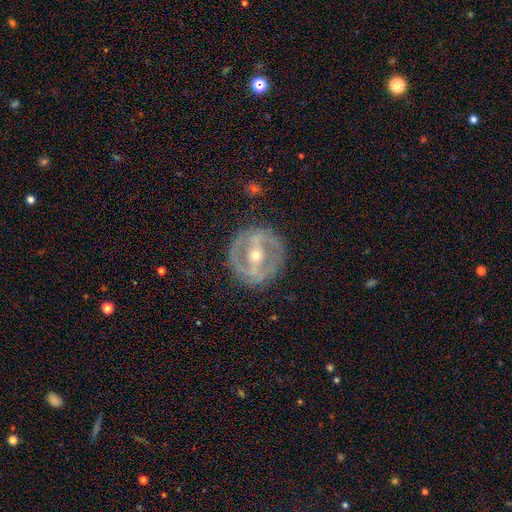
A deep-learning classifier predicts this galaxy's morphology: featured or disk 82%, smooth 12%, star or artifact 6%. Down the decision tree: edge-on disk — no (93%); bar — strong (61%); spiral arms — yes (58%); bulge size — small (52%); merging — none (82%).